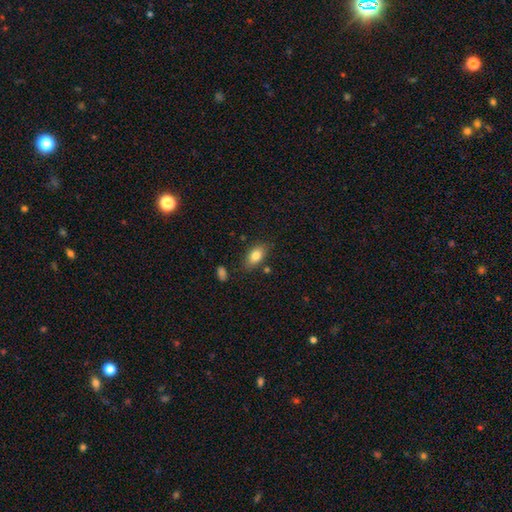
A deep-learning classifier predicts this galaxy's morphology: Smooth or featured: smooth — 81% (featured or disk — 11%)
How rounded: in between — 88% (round — 8%)
Merging: none — 78% (minor disturbance — 15%)